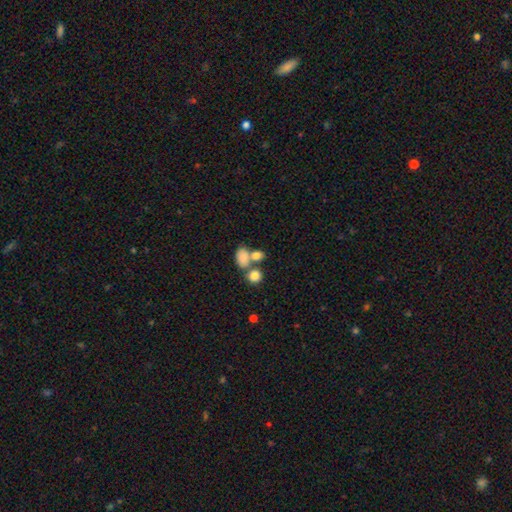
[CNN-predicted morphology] Q: Smooth or featured?
A: smooth (79%); runner-up: featured or disk (11%)
Q: How rounded?
A: in between (69%); runner-up: round (29%)
Q: Merging?
A: merger (45%); runner-up: none (39%)